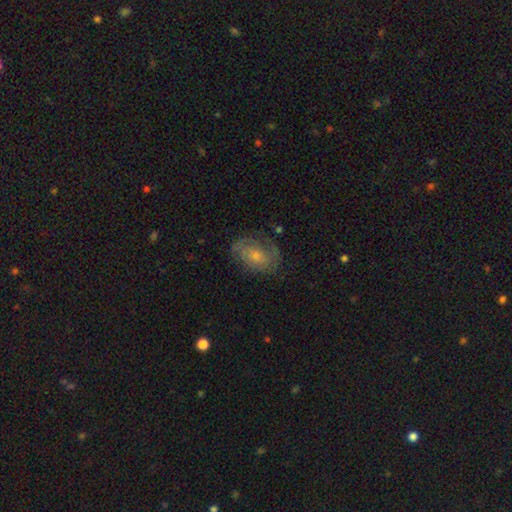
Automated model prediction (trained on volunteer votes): A featured or disk galaxy (57%) with no bar (74%), spiral arms (75%) and a small central bulge (57%). Merging: none (63%).